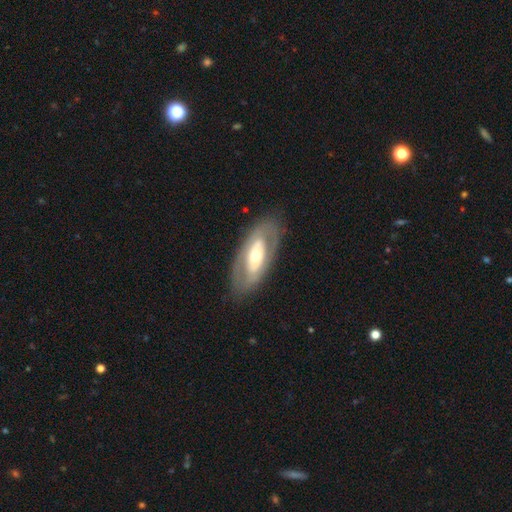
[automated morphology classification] Smooth or featured?
  - featured or disk: 67% *
  - smooth: 27%
  - star or artifact: 5%
Edge-on disk?
  - no: 87% *
  - yes: 13%
Bar?
  - no: 62% *
  - weak: 20%
  - strong: 18%
Spiral arms?
  - no: 65% *
  - yes: 35%
Bulge size?
  - moderate: 61% *
  - small: 26%
  - large: 10%
  - dominant: 1%
  - none: 1%
Merging?
  - none: 81% *
  - minor disturbance: 12%
  - major disturbance: 6%
  - merger: 1%